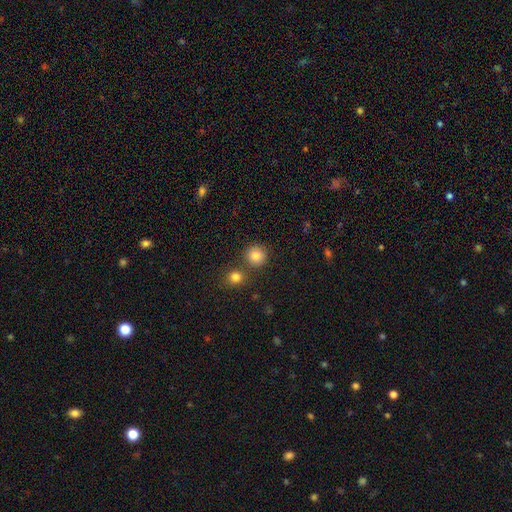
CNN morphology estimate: The model was most divided on "merging": none: 79%, merger: 11%, minor disturbance: 7%, major disturbance: 2%. More confident: how rounded — round (92%); smooth or featured — smooth (83%).